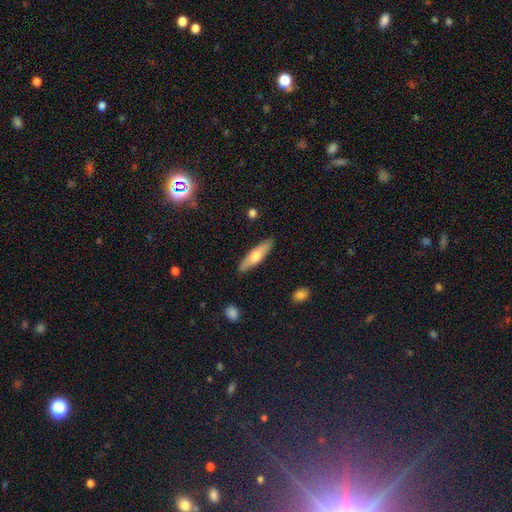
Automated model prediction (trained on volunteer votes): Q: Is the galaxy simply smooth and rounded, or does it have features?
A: smooth — 57%.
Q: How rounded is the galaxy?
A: cigar-shaped — 69%.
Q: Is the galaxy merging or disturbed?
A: none — 88%.